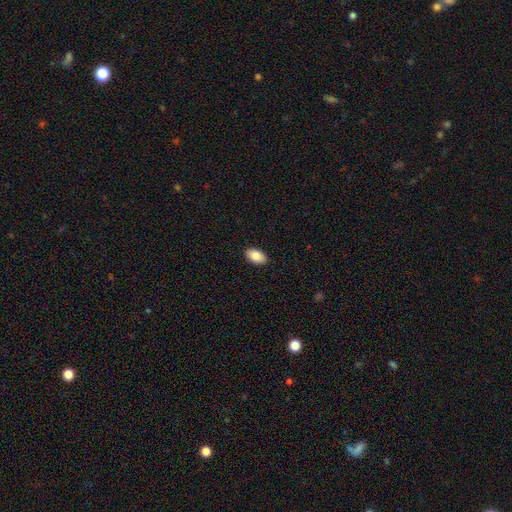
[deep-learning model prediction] This appears to be a smooth galaxy with no disk features (87%) that is in between round and cigar-shaped (94%). Merging: none (90%).